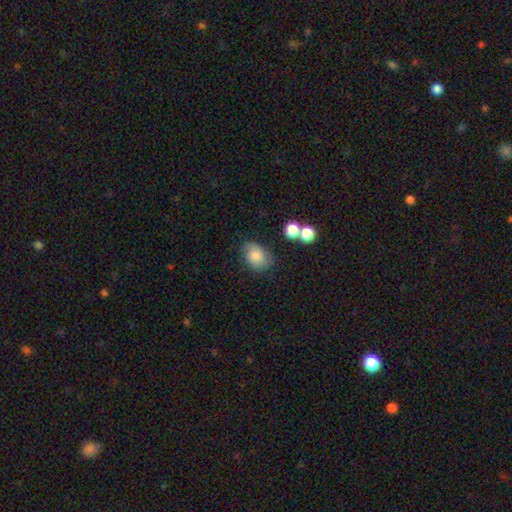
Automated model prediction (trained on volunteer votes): Smooth or featured: smooth — 77% (featured or disk — 14%)
How rounded: in between — 74% (round — 25%)
Merging: none — 69% (minor disturbance — 22%)